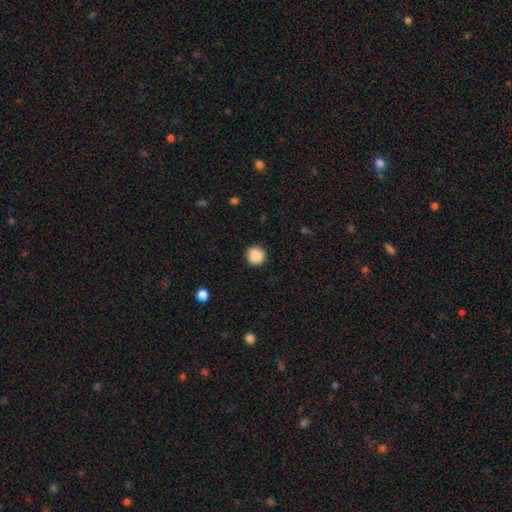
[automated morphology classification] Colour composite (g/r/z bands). It shows a smooth galaxy with no disk features (88%) that is round (93%). Merging: none (88%).